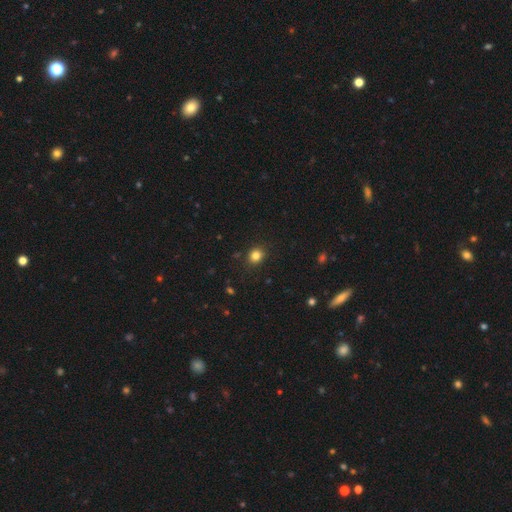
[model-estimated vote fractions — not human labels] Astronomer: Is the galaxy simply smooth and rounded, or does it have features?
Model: smooth — 82%.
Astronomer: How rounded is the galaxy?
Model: round — 75%.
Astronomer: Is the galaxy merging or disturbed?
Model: none — 88%.